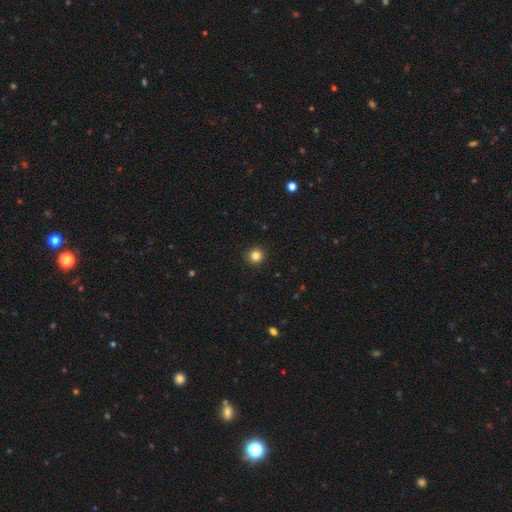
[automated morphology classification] Smooth or featured?
  - smooth: 83% *
  - star or artifact: 12%
  - featured or disk: 5%
How rounded?
  - round: 93% *
  - in between: 6%
  - cigar-shaped: 1%
Merging?
  - none: 92% *
  - minor disturbance: 5%
  - major disturbance: 2%
  - merger: 1%